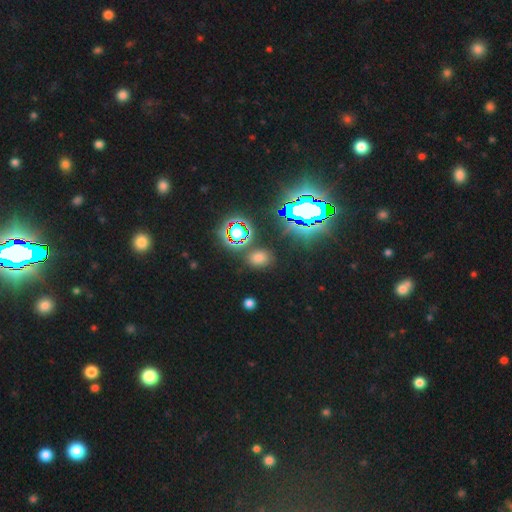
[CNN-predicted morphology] Smooth or featured? Predicted: smooth (p=0.56). How rounded? Predicted: in between (p=0.52). Merging? Predicted: none (p=0.83).